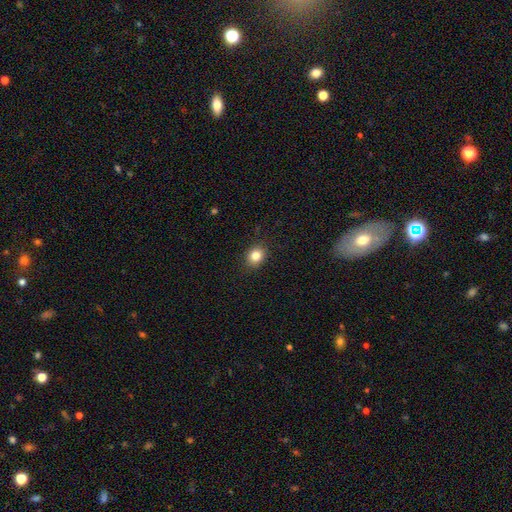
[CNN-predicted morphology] A smooth galaxy with no disk features (83%) that is round (56%).

Vote fractions:
- Smooth or featured? smooth: 83% / star or artifact: 11% / featured or disk: 7%
- How rounded? round: 56% / in between: 43% / cigar-shaped: 1%
- Merging? none: 88% / minor disturbance: 9% / major disturbance: 2% / merger: 1%